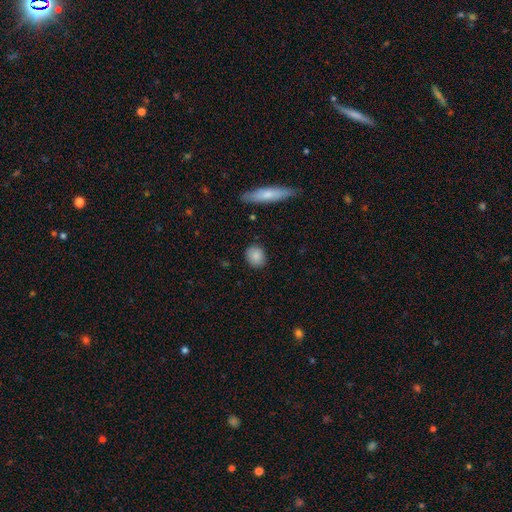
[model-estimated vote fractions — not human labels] Smooth or featured? Predicted: smooth (p=0.86). How rounded? Predicted: round (p=0.65). Merging? Predicted: none (p=0.86).